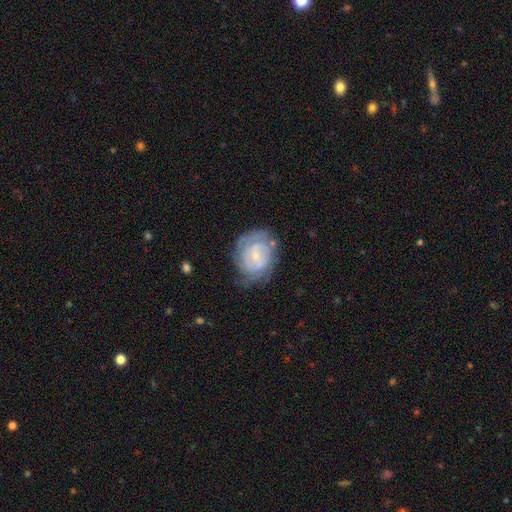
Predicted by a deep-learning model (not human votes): featured or disk 76%, smooth 18%, star or artifact 6%. Down the decision tree: edge-on disk — no (97%); bar — no (62%); spiral arms — yes (88%); spiral arm count — can't tell (43%); spiral winding — tight (68%); bulge size — small (74%); merging — none (63%).